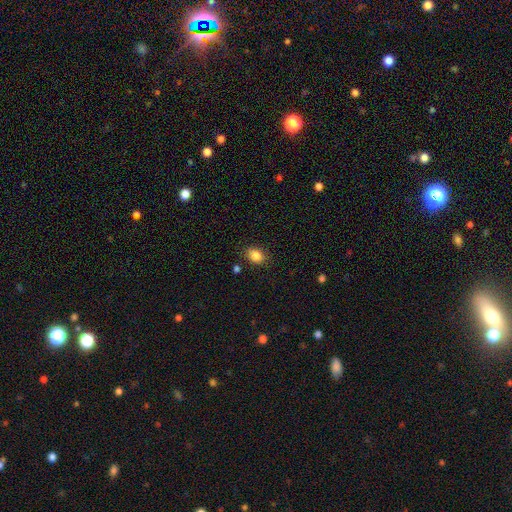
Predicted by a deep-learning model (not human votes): Q: Smooth or featured?
A: smooth (86%); runner-up: star or artifact (9%)
Q: How rounded?
A: in between (69%); runner-up: round (29%)
Q: Merging?
A: none (83%); runner-up: minor disturbance (12%)